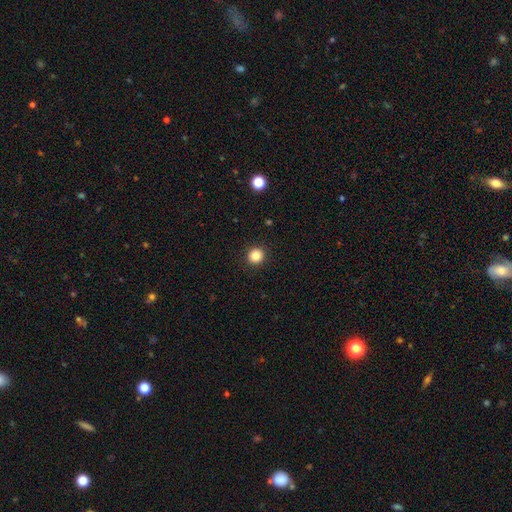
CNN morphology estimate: smooth_or_featured: smooth (p=0.85) [alt: star or artifact p=0.11]
how_rounded: round (p=0.92) [alt: in between p=0.08]
merging: none (p=0.92) [alt: minor disturbance p=0.05]